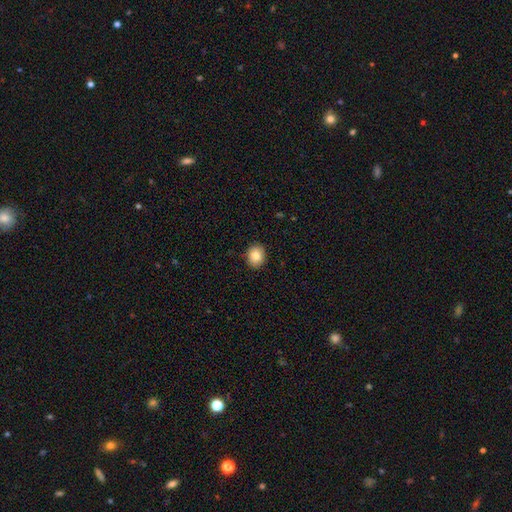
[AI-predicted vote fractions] smooth-or-featured: smooth: 86% | star or artifact: 9% | featured or disk: 6%
  how-rounded: round: 59% | in between: 41% | cigar-shaped: 1%
  merging: none: 90% | minor disturbance: 8% | major disturbance: 2% | merger: 1%